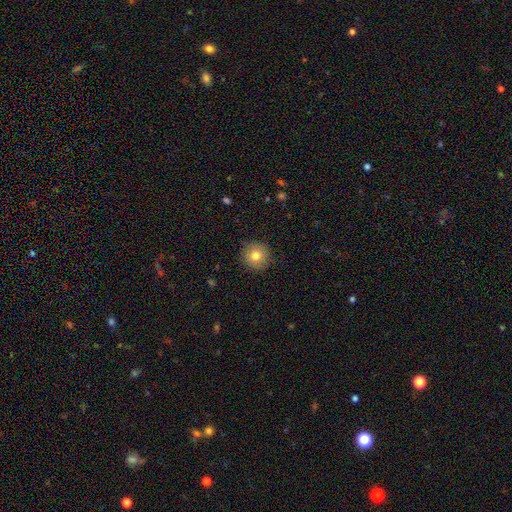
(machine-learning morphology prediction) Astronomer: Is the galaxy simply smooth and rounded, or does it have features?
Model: smooth — 79%.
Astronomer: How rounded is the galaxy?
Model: round — 94%.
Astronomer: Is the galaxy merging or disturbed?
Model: none — 88%.